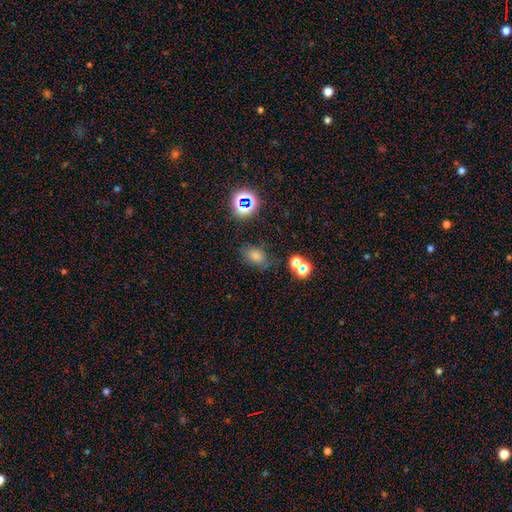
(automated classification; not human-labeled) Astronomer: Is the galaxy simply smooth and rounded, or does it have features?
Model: smooth — 66%.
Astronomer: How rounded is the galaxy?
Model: in between — 74%.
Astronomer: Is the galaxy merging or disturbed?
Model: none — 70%.